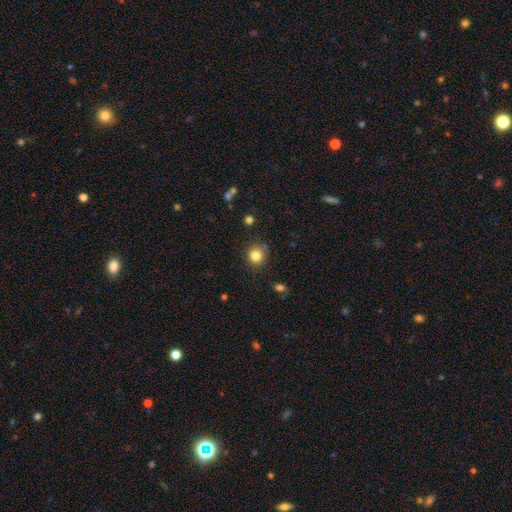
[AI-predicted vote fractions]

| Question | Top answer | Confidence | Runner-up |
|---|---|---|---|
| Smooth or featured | smooth | 82% | star or artifact (12%) |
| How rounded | round | 88% | in between (11%) |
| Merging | none | 82% | minor disturbance (12%) |